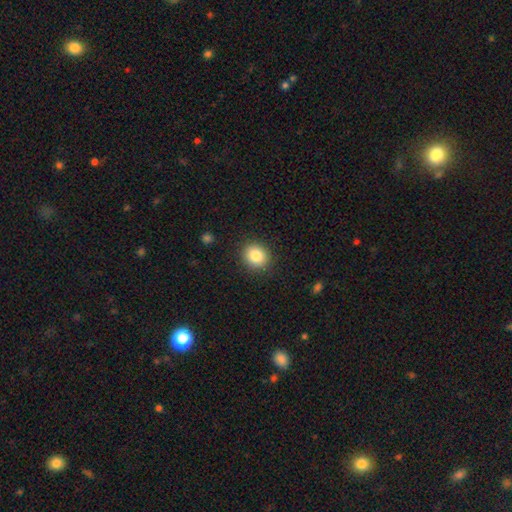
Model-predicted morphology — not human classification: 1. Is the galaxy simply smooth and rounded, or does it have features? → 84% smooth, 10% star or artifact, 6% featured or disk.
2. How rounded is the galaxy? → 79% round, 20% in between, 1% cigar-shaped.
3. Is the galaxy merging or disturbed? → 90% none, 7% minor disturbance, 2% major disturbance, 1% merger.